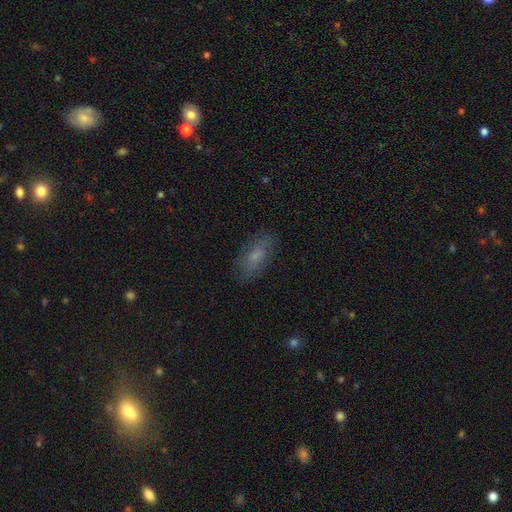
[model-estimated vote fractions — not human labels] This appears to be a smooth galaxy with no disk features (70%) that is in between round and cigar-shaped (77%). Merging: none (79%).